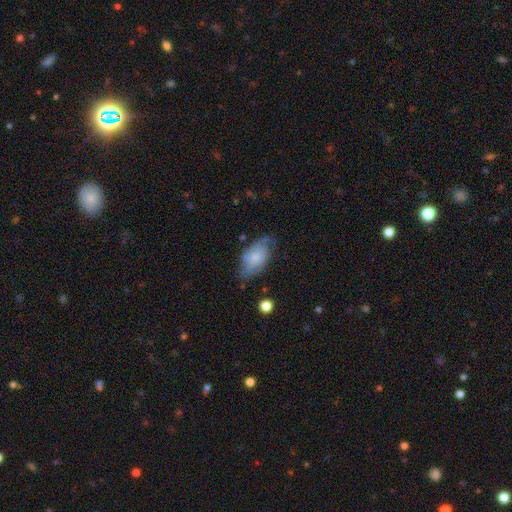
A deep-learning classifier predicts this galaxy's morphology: smooth 58%, featured or disk 35%, star or artifact 7%. Down the decision tree: how rounded — in between (91%); merging — none (54%).